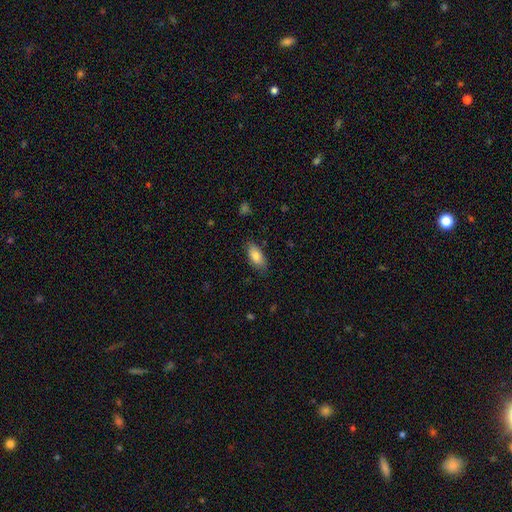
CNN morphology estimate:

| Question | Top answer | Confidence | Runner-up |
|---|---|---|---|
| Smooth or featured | smooth | 83% | featured or disk (11%) |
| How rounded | in between | 89% | cigar-shaped (9%) |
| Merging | none | 80% | minor disturbance (15%) |